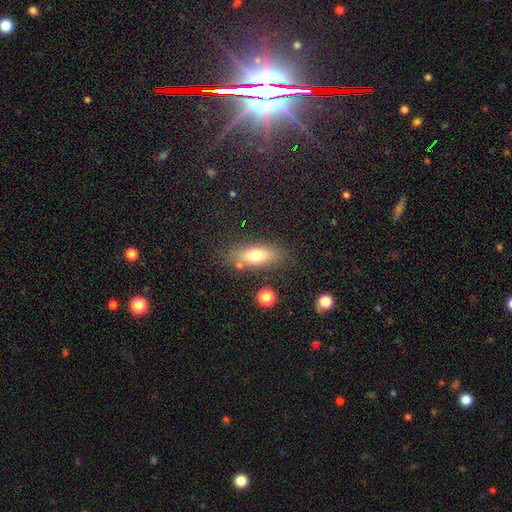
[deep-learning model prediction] The model was most divided on "smooth or featured": smooth: 71%, featured or disk: 19%, star or artifact: 9%. More confident: merging — none (77%); how rounded — in between (74%).